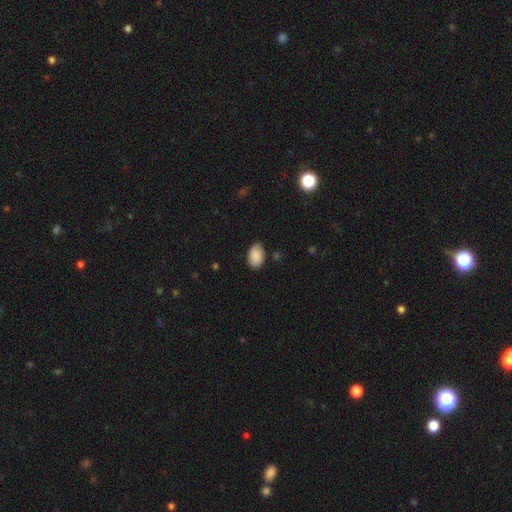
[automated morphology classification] A smooth galaxy with no disk features (89%) that is in between round and cigar-shaped (89%).

Vote fractions:
- Smooth or featured? smooth: 89% / star or artifact: 7% / featured or disk: 5%
- How rounded? in between: 89% / round: 10% / cigar-shaped: 1%
- Merging? none: 83% / minor disturbance: 13% / major disturbance: 3% / merger: 1%